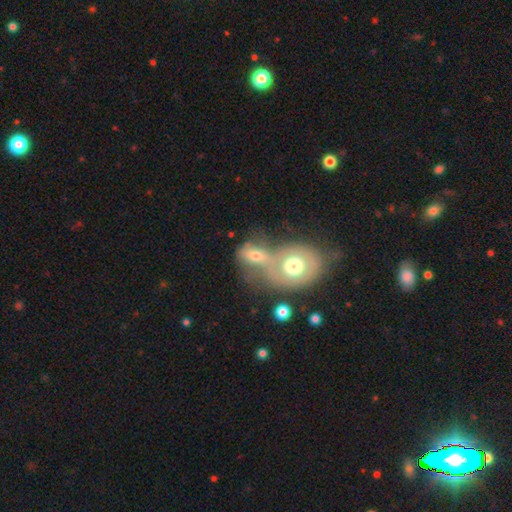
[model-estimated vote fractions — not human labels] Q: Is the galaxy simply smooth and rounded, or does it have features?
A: smooth — 45%, tied with featured or disk.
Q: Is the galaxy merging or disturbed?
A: merger — 64%.